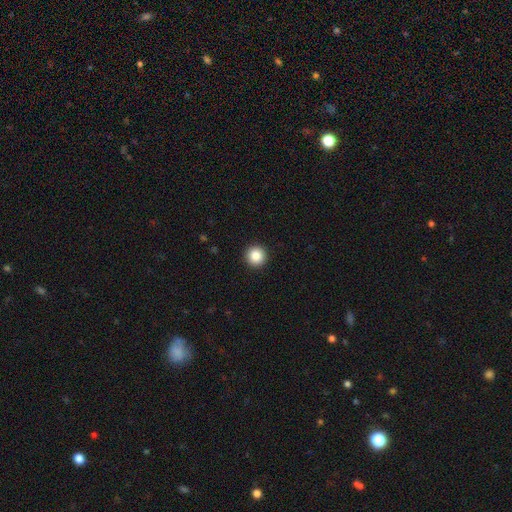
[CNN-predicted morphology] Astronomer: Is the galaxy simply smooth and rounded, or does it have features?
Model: smooth — 86%.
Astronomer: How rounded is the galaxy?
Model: round — 96%.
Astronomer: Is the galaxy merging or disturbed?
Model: none — 94%.